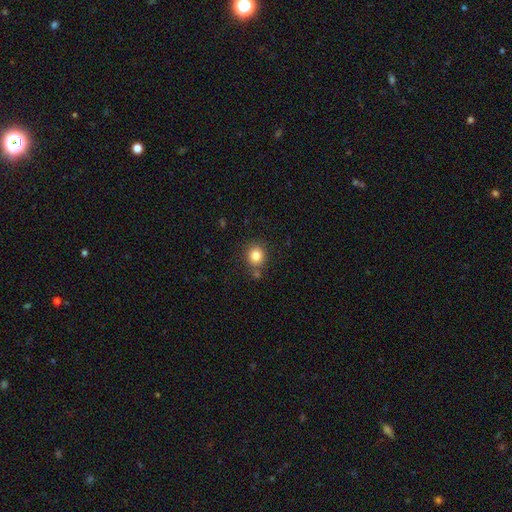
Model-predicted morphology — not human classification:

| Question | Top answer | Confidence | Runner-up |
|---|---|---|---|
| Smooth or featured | smooth | 82% | star or artifact (11%) |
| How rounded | round | 84% | in between (15%) |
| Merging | none | 77% | minor disturbance (11%) |